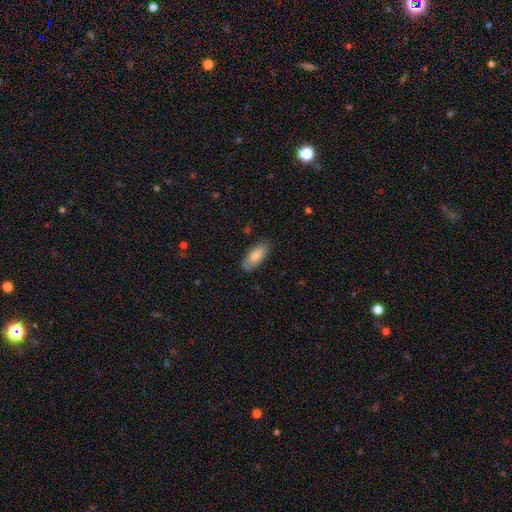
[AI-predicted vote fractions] Smooth or featured?
  - smooth: 78% *
  - featured or disk: 17%
  - star or artifact: 6%
How rounded?
  - in between: 85% *
  - cigar-shaped: 13%
  - round: 2%
Merging?
  - none: 80% *
  - minor disturbance: 16%
  - major disturbance: 3%
  - merger: 1%